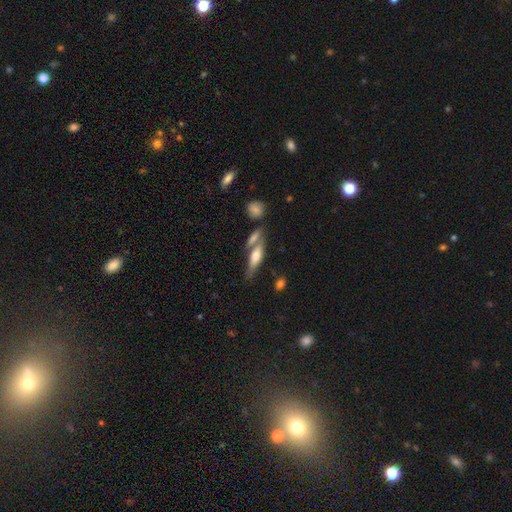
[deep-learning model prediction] smooth-or-featured: smooth: 49% | featured or disk: 44% | star or artifact: 7%
  merging: none: 52% | merger: 29% | minor disturbance: 14% | major disturbance: 6%